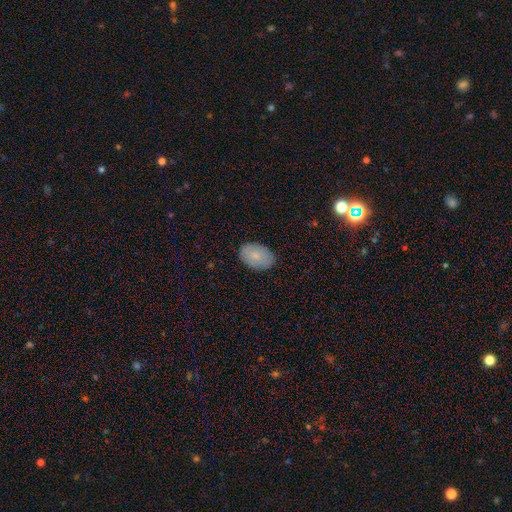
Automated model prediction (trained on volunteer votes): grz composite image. It shows a smooth galaxy with no disk features (78%) that is in between round and cigar-shaped (86%). Merging: none (86%).